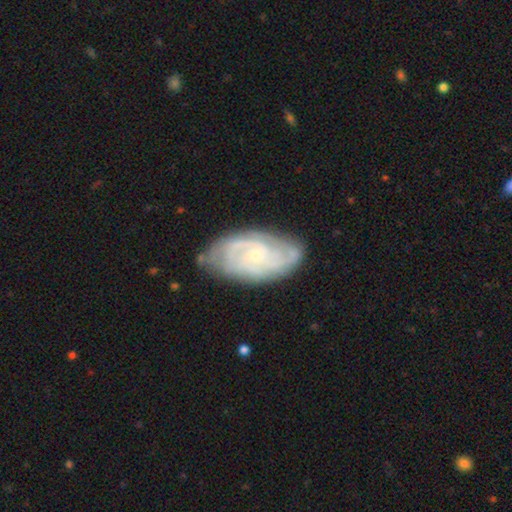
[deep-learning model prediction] smooth-or-featured: featured or disk: 83% | smooth: 11% | star or artifact: 6%
  disk-edge-on: no: 96% | yes: 4%
    bar: no: 67% | weak: 28% | strong: 5%
    has-spiral-arms: yes: 95% | no: 5%
      spiral-winding: tight: 60% | medium: 33% | loose: 7%
      spiral-arm-count: 2: 31% | can't tell: 27% | 3: 21% | 4: 11% | more than 4: 5% | 1: 5%
    bulge-size: small: 77% | moderate: 18% | none: 2% | large: 1% | dominant: 1%
  merging: none: 72% | minor disturbance: 21% | major disturbance: 5% | merger: 2%